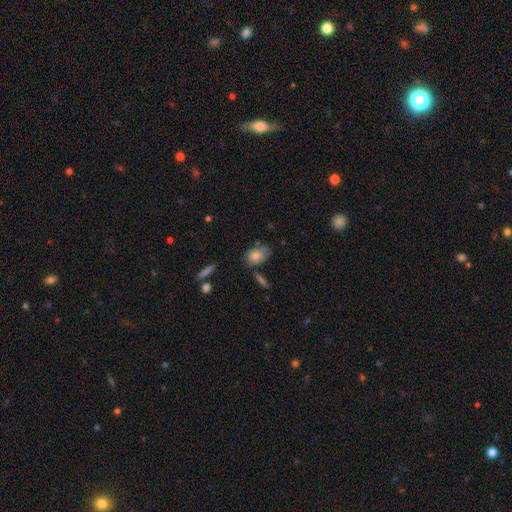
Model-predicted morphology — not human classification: type=smooth (76%); roundness=in between (80%); merging=none (56%).